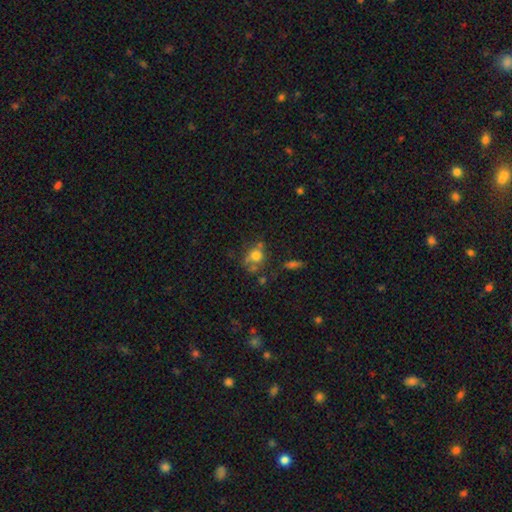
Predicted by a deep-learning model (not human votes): Overall: smooth (68%). How rounded: round (70%). Merging: none (46%; minor disturbance 21%).